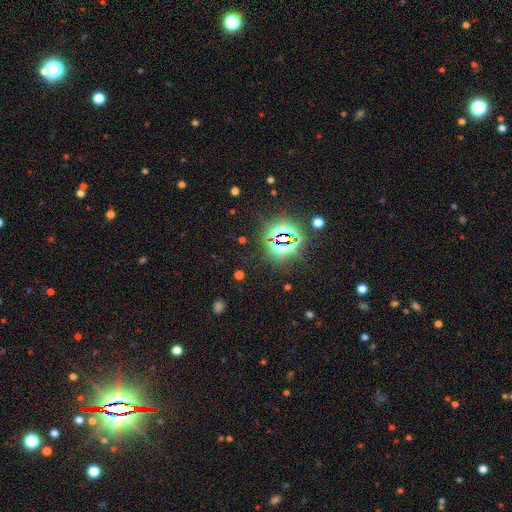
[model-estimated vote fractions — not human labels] Morphology: type=star or artifact (86%).